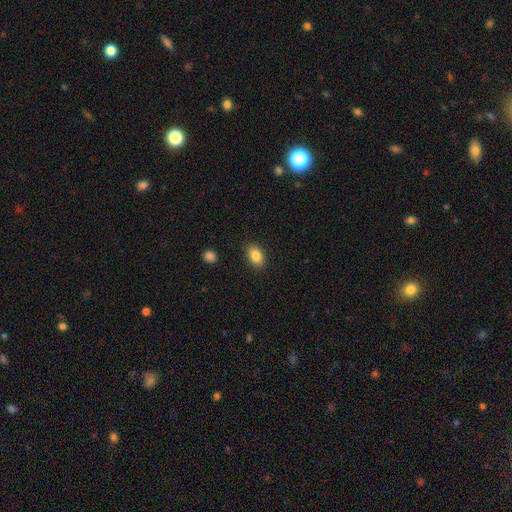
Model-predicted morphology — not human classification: This is clearly a smooth galaxy (86%). How rounded: clearly in between (85%). Merging: clearly none (87%).